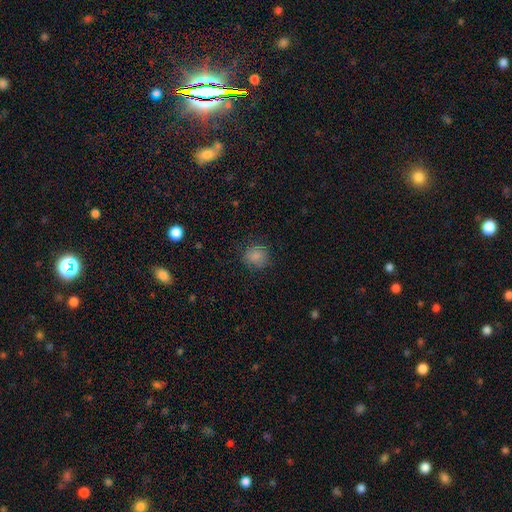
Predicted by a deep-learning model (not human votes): smooth_or_featured: smooth (p=0.83) [alt: star or artifact p=0.11]
how_rounded: round (p=0.83) [alt: in between p=0.17]
merging: none (p=0.80) [alt: minor disturbance p=0.14]